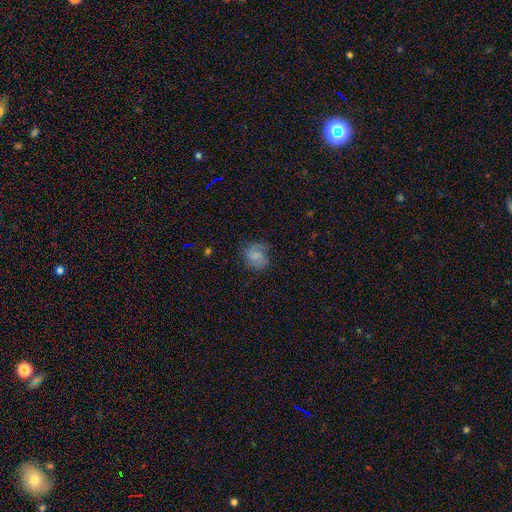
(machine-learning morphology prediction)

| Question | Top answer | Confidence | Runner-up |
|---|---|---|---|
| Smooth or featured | smooth | 73% | featured or disk (17%) |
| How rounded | round | 68% | in between (31%) |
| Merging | none | 65% | minor disturbance (24%) |